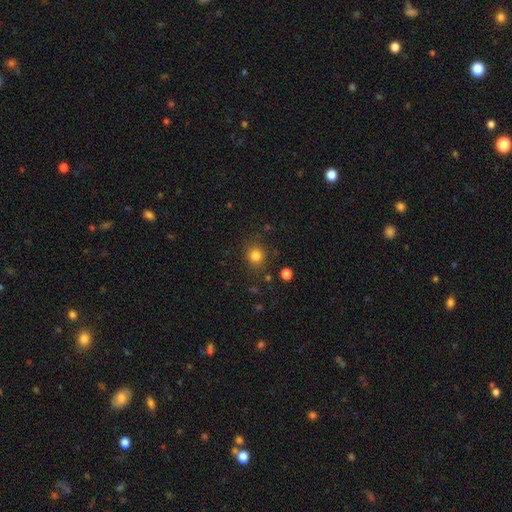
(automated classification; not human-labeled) Q: Smooth or featured?
A: smooth (82%); runner-up: star or artifact (13%)
Q: How rounded?
A: round (87%); runner-up: in between (12%)
Q: Merging?
A: none (85%); runner-up: minor disturbance (9%)